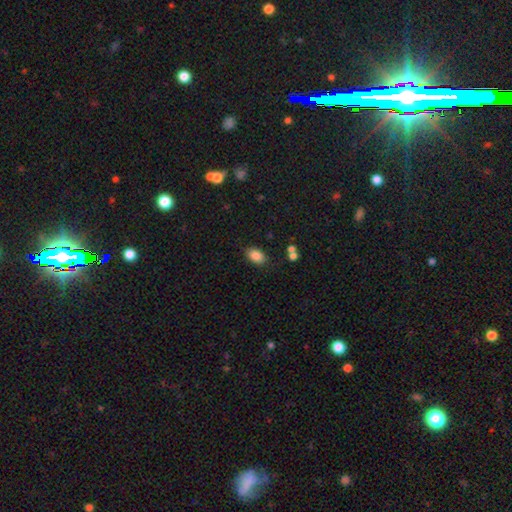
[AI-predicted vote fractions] This is clearly a smooth galaxy (86%). How rounded: clearly in between (88%). Merging: clearly none (81%).